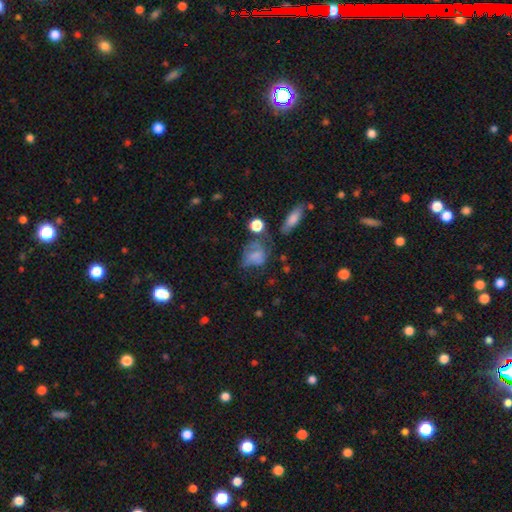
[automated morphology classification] This is possibly a smooth galaxy (58%). How rounded: possibly in between (51%). Merging: marginally major disturbance (32%).